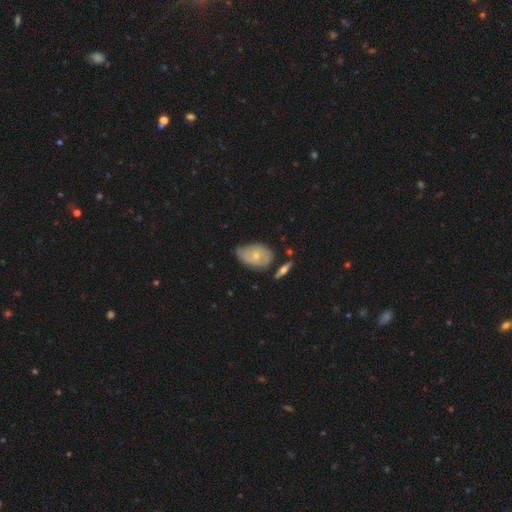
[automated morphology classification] type=smooth (50%); roundness=in between (83%); merging=none (49%).